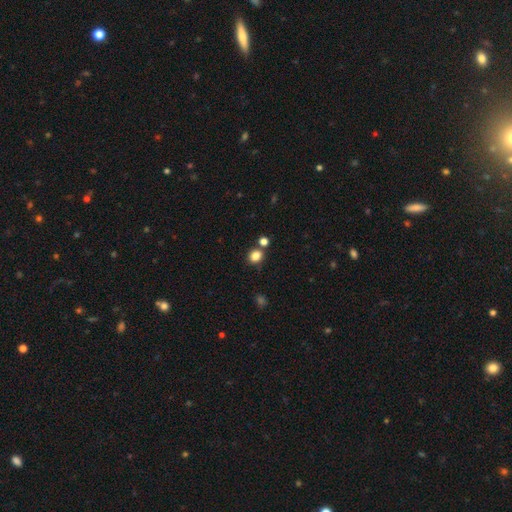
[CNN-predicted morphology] The model was most divided on "how rounded": round: 75%, in between: 24%, cigar-shaped: 1%. More confident: smooth or featured — smooth (82%); merging — none (74%).